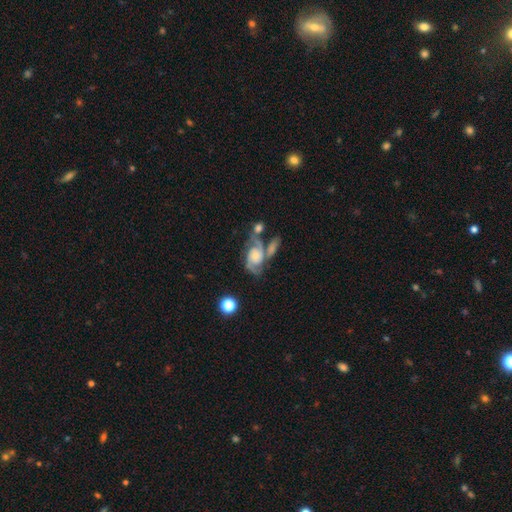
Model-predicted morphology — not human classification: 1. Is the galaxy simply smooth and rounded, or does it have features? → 86% featured or disk, 8% smooth, 6% star or artifact.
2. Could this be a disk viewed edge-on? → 97% no, 3% yes.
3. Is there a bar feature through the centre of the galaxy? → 68% no, 25% weak, 7% strong.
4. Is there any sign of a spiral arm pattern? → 97% yes, 3% no.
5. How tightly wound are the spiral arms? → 51% medium, 31% tight, 18% loose.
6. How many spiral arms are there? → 89% 2, 4% can't tell, 3% 3, 2% 1, 1% 4, 1% more than 4.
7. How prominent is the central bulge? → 54% small, 28% moderate, 9% none, 7% large, 2% dominant.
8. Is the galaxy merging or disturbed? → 42% none, 30% merger, 17% minor disturbance, 12% major disturbance.